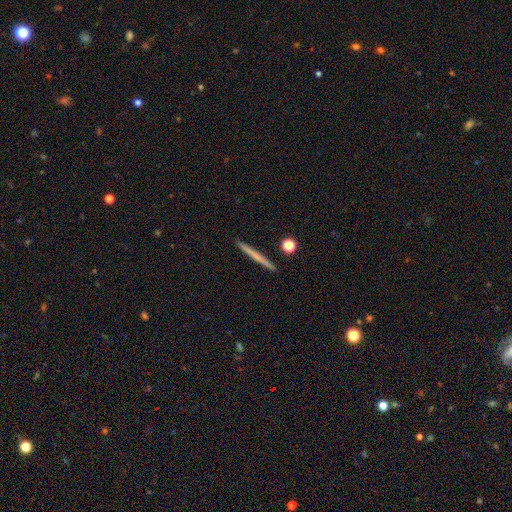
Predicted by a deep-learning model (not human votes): A smooth galaxy with no disk features (51%) that is cigar-shaped (95%). Merging: none (92%).